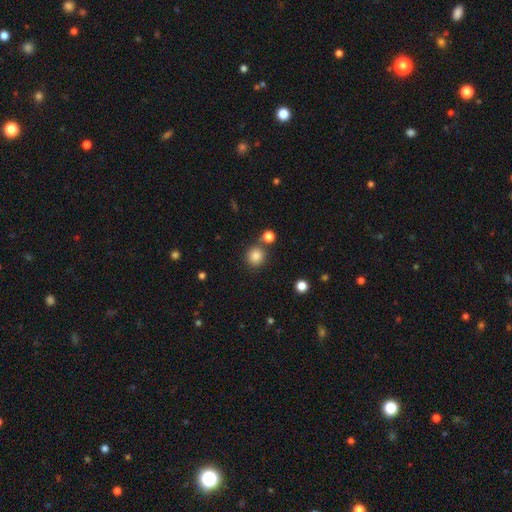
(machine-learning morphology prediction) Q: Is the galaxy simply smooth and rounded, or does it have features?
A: smooth — 84%.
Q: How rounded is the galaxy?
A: round — 90%.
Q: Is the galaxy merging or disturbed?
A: none — 78%.